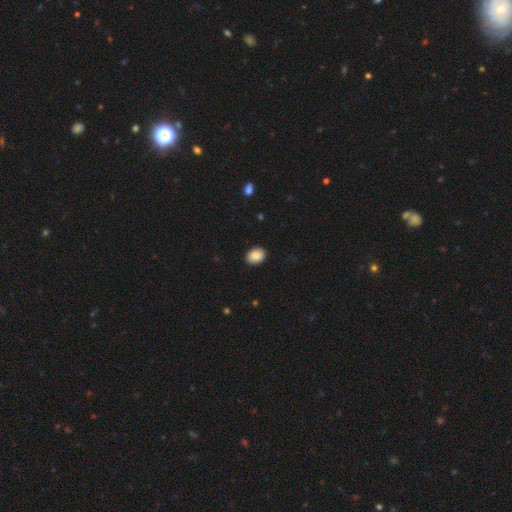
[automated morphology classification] smooth 85%, star or artifact 7%, featured or disk 7%. Down the decision tree: how rounded — in between (64%); merging — none (90%).